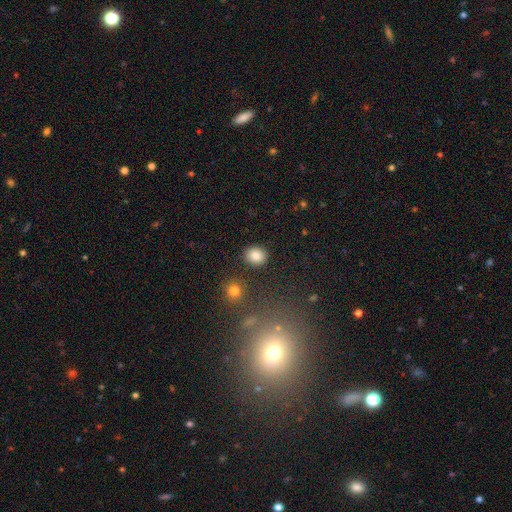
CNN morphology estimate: Smooth or featured: smooth — 85% (star or artifact — 10%)
How rounded: round — 64% (in between — 34%)
Merging: none — 87% (minor disturbance — 7%)